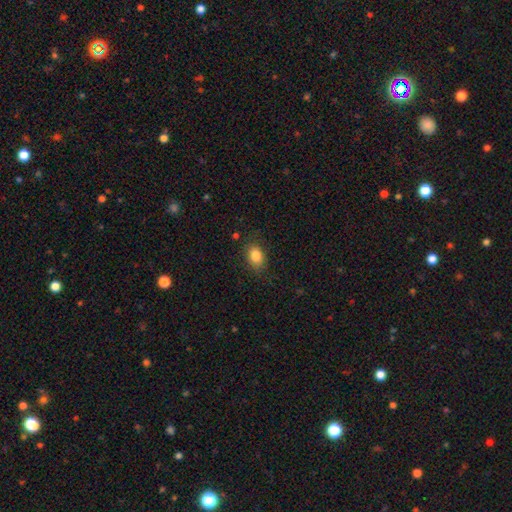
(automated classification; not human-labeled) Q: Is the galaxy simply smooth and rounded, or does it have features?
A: smooth — 85%.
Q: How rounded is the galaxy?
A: in between — 81%.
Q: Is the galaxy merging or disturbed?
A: none — 82%.